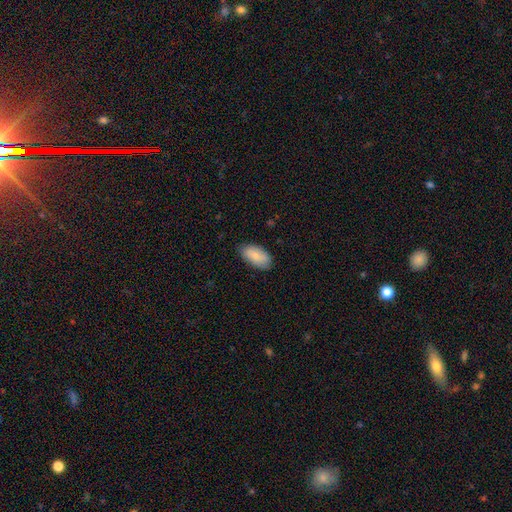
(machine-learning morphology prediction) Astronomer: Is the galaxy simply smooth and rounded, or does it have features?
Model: smooth — 82%.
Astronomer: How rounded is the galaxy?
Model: in between — 94%.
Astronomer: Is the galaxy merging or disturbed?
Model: none — 82%.